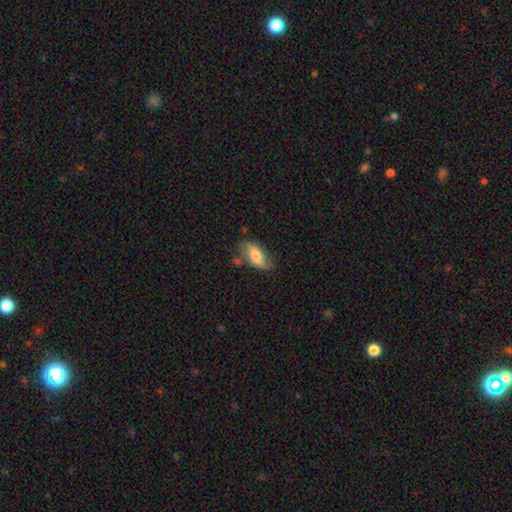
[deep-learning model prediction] A smooth galaxy with no disk features (54%) that is in between round and cigar-shaped (84%).

Vote fractions:
- Smooth or featured? smooth: 54% / featured or disk: 39% / star or artifact: 7%
- How rounded? in between: 84% / cigar-shaped: 12% / round: 4%
- Merging? none: 62% / minor disturbance: 24% / major disturbance: 7% / merger: 7%